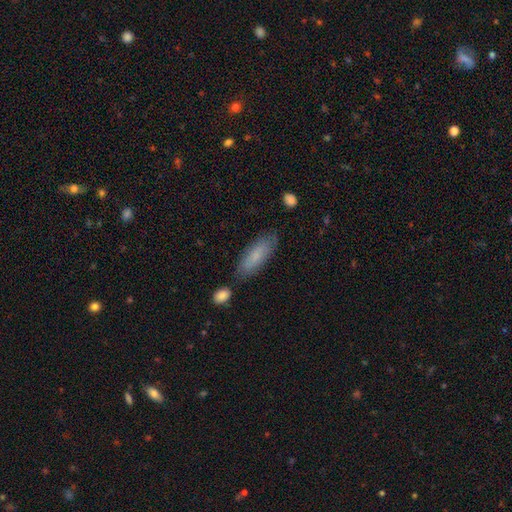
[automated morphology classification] The model was most divided on "how rounded": in between: 61%, cigar-shaped: 37%, round: 2%. More confident: smooth or featured — smooth (76%); merging — none (75%).